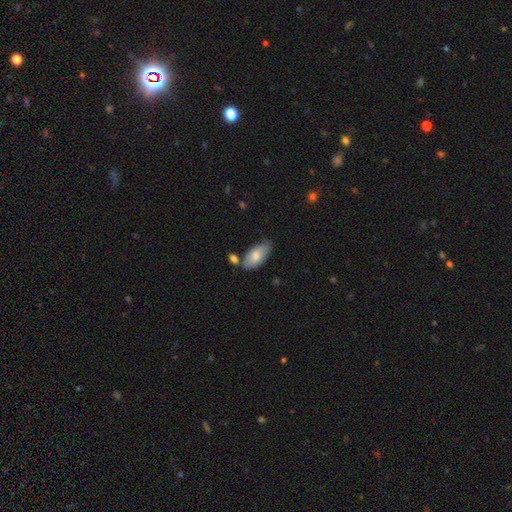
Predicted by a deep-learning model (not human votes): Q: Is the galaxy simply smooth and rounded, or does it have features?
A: smooth — 75%.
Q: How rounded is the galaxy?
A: in between — 93%.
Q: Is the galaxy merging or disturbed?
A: none — 62%.